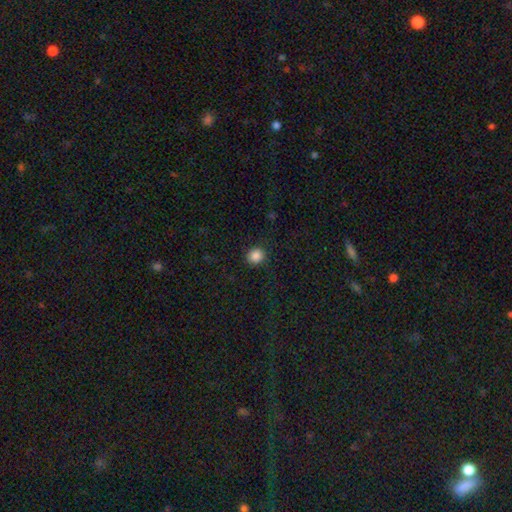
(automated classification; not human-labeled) smooth_or_featured: smooth (p=0.87) [alt: star or artifact p=0.10]
how_rounded: round (p=0.84) [alt: in between p=0.15]
merging: none (p=0.90) [alt: minor disturbance p=0.06]